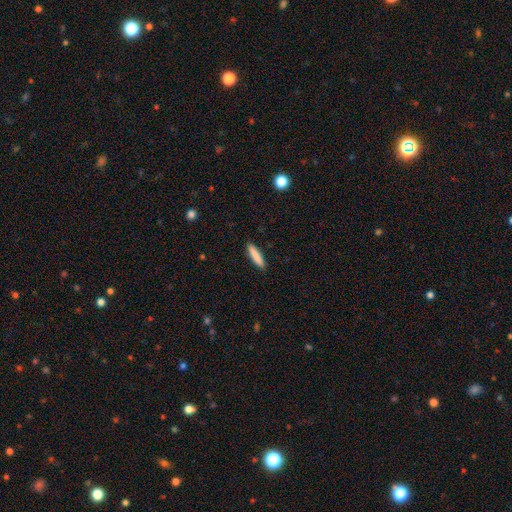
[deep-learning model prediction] This appears to be a smooth galaxy with no disk features (85%) that is cigar-shaped (83%). Merging: none (90%).